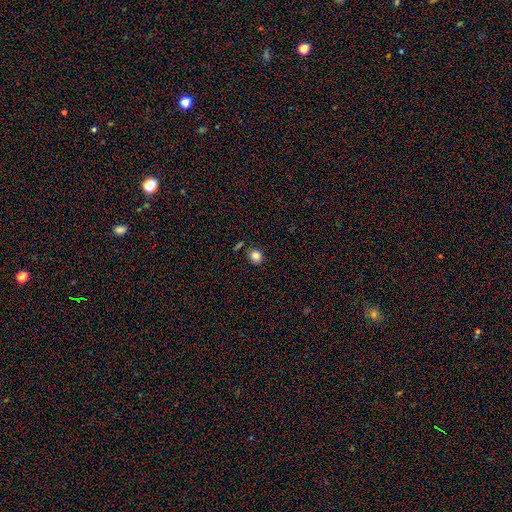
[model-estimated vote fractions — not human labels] Smooth or featured: smooth — 82% (star or artifact — 12%)
How rounded: round — 79% (in between — 20%)
Merging: none — 83% (minor disturbance — 10%)